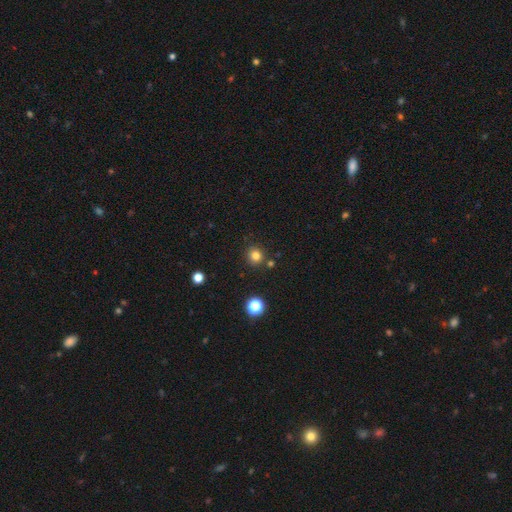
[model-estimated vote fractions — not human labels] Q: Smooth or featured?
A: smooth (79%); runner-up: star or artifact (15%)
Q: How rounded?
A: round (91%); runner-up: in between (8%)
Q: Merging?
A: none (85%); runner-up: minor disturbance (7%)